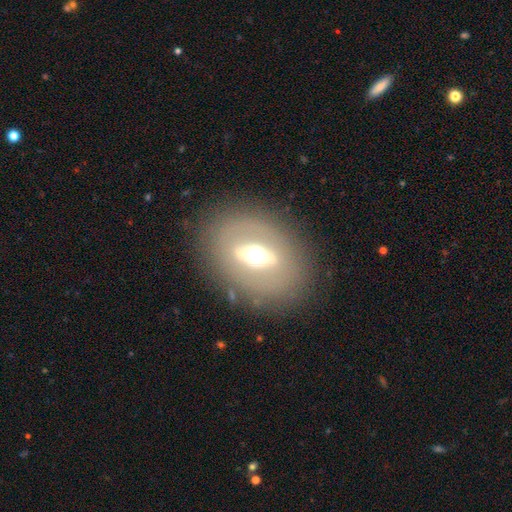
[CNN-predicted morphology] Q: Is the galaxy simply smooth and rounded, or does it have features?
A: featured or disk — 58%.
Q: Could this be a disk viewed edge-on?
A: no — 77%.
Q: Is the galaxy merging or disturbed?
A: none — 81%.